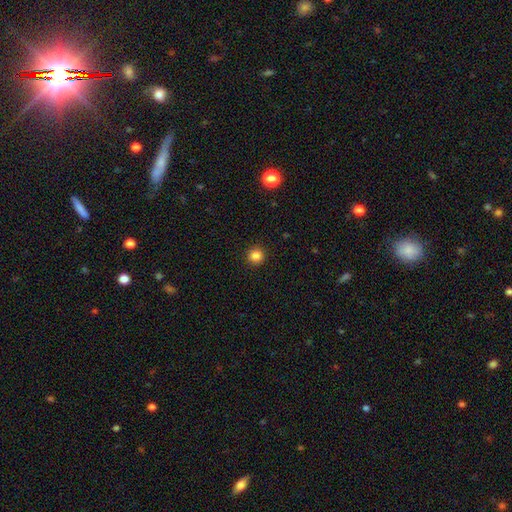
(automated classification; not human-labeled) This appears to be a smooth galaxy with no disk features (84%) that is round (95%). Merging: none (93%).